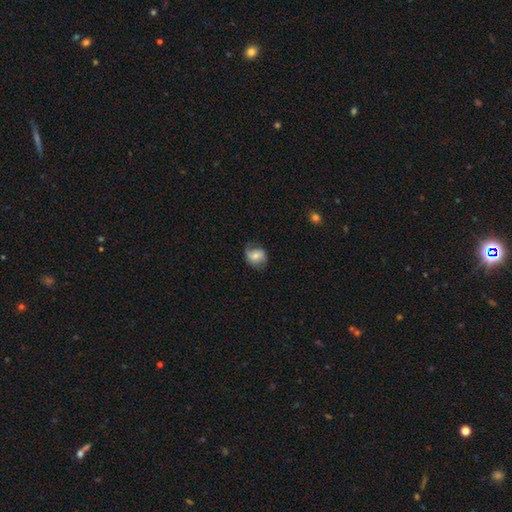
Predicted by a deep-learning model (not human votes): Overall: smooth (52%; featured or disk 40%). How rounded: round (59%; in between 40%). Merging: none (58%; minor disturbance 28%).